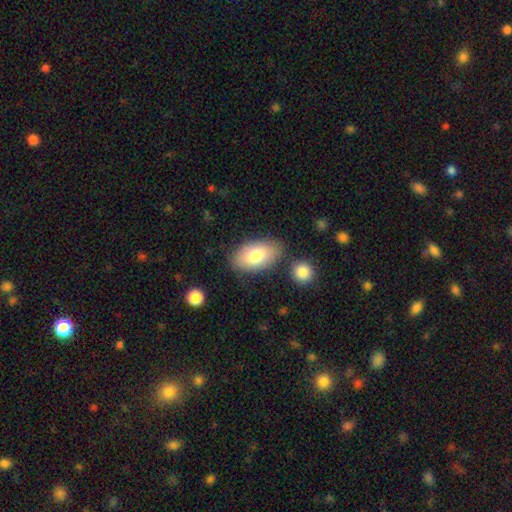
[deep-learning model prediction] Smooth or featured? Predicted: smooth (p=0.78). How rounded? Predicted: in between (p=0.93). Merging? Predicted: none (p=0.76).